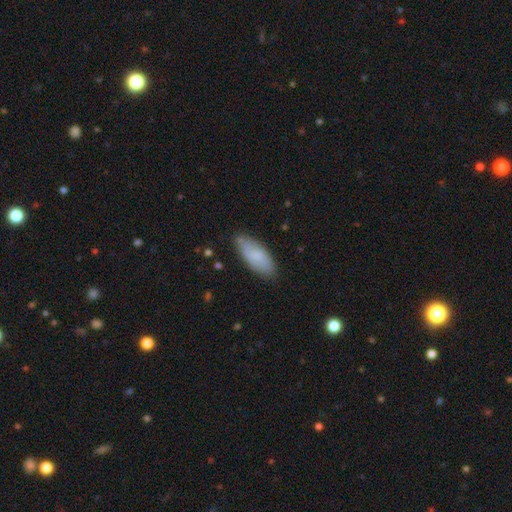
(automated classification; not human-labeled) This is likely a smooth galaxy (78%). How rounded: clearly in between (81%). Merging: likely none (77%).